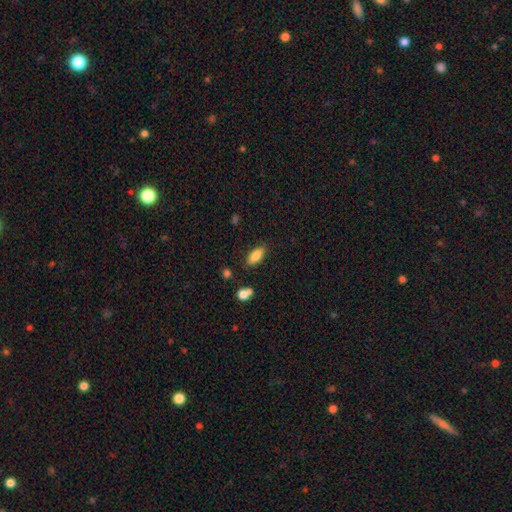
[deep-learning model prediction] Smooth or featured?
  - smooth: 84% *
  - featured or disk: 8%
  - star or artifact: 8%
How rounded?
  - in between: 82% *
  - cigar-shaped: 16%
  - round: 3%
Merging?
  - none: 82% *
  - minor disturbance: 11%
  - merger: 3%
  - major disturbance: 3%